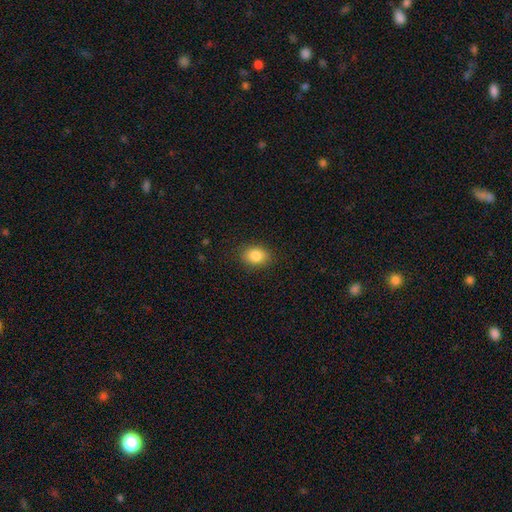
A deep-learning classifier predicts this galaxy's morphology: smooth_or_featured: smooth (p=0.85) [alt: star or artifact p=0.09]
how_rounded: in between (p=0.64) [alt: round p=0.35]
merging: none (p=0.87) [alt: minor disturbance p=0.09]